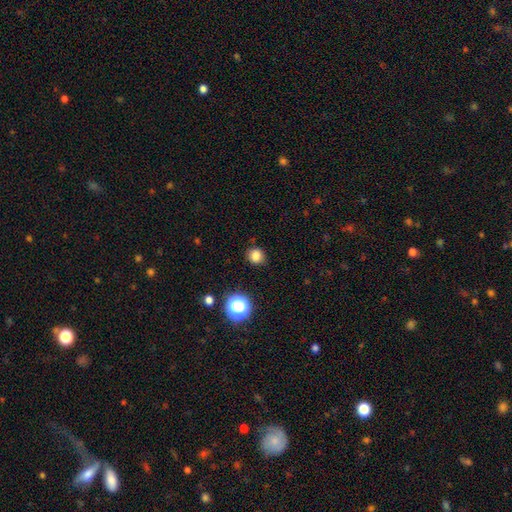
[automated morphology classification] smooth_or_featured: smooth (p=0.81) [alt: star or artifact p=0.14]
how_rounded: round (p=0.81) [alt: in between p=0.18]
merging: none (p=0.86) [alt: minor disturbance p=0.10]